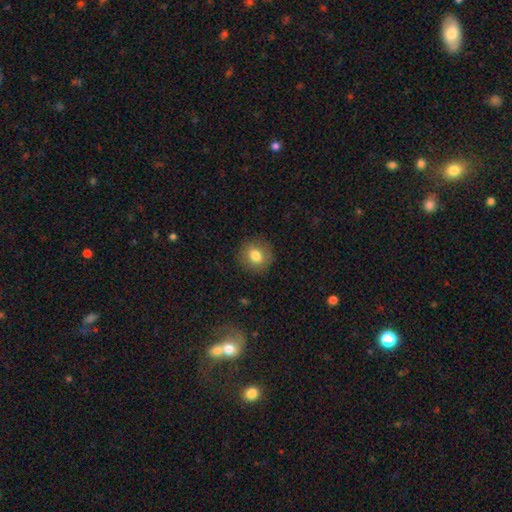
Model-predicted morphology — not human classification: smooth_or_featured: smooth (p=0.79) [alt: featured or disk p=0.12]
how_rounded: round (p=0.79) [alt: in between p=0.19]
merging: none (p=0.87) [alt: minor disturbance p=0.09]